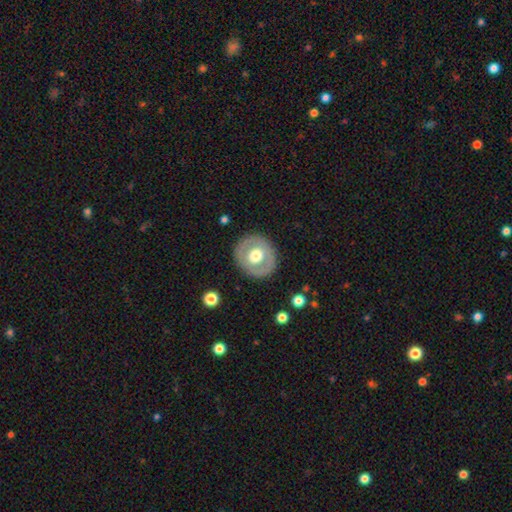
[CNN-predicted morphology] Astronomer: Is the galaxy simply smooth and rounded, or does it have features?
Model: featured or disk — 47%, tied with smooth at 47%.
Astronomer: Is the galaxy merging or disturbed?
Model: none — 86%.